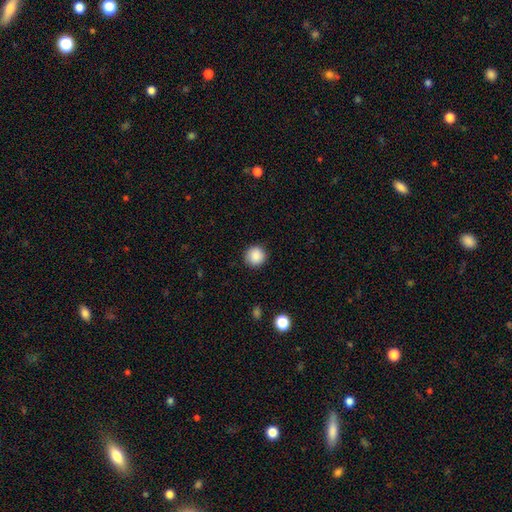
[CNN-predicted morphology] smooth 88%, star or artifact 9%, featured or disk 4%. Down the decision tree: how rounded — round (94%); merging — none (90%).